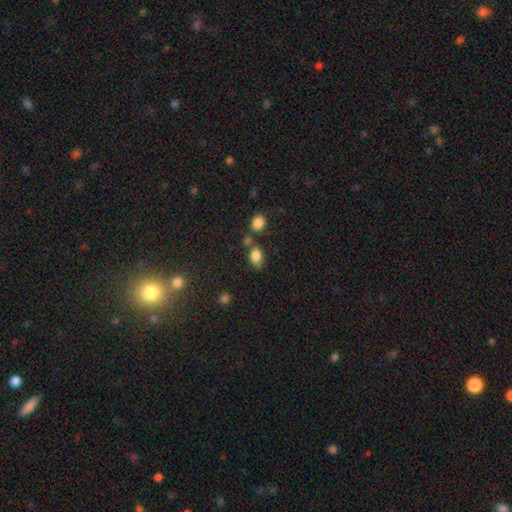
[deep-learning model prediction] The model was most divided on "merging": none: 56%, minor disturbance: 20%, merger: 18%, major disturbance: 6%. More confident: smooth or featured — smooth (83%); how rounded — in between (78%).